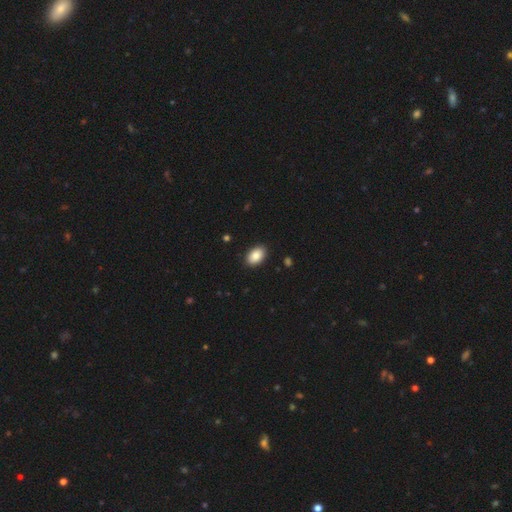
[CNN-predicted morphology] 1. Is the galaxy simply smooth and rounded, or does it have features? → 86% smooth, 7% star or artifact, 7% featured or disk.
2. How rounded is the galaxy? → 90% in between, 9% round, 1% cigar-shaped.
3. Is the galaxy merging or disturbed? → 90% none, 7% minor disturbance, 2% major disturbance, 1% merger.